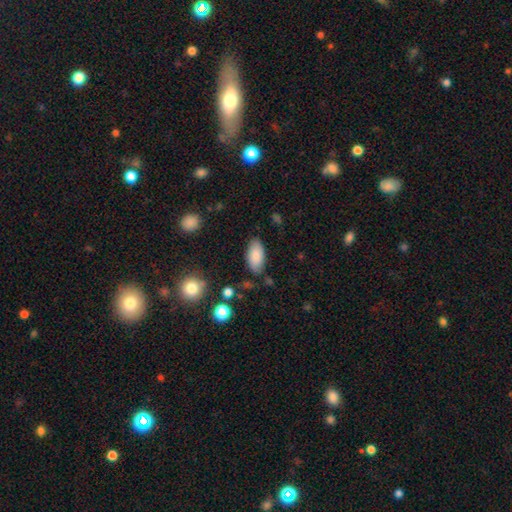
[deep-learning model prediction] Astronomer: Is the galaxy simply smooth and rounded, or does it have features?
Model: smooth — 84%.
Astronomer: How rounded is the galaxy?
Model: in between — 94%.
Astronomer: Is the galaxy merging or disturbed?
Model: none — 78%.